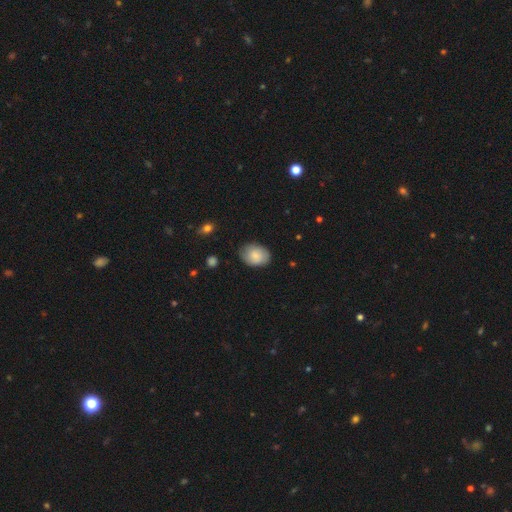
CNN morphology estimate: smooth 84%, featured or disk 9%, star or artifact 7%. Down the decision tree: how rounded — in between (76%); merging — none (79%).